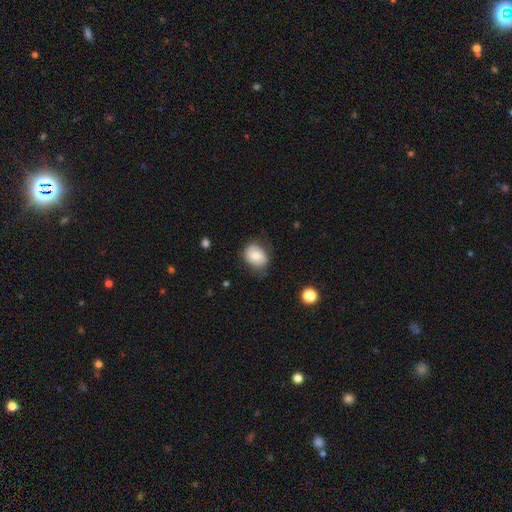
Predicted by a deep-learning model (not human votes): Smooth or featured? smooth (77%)
How rounded? in between (60%)
Merging? none (69%)